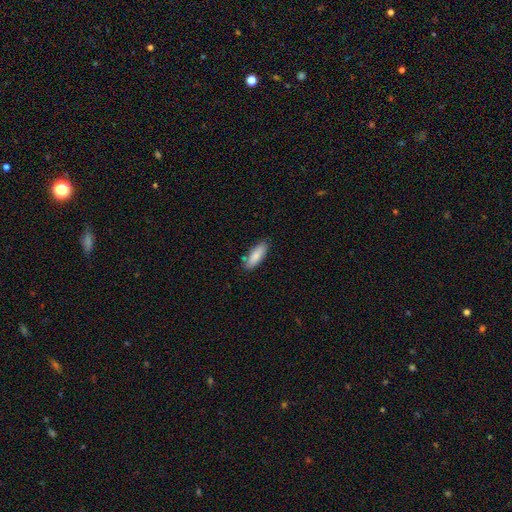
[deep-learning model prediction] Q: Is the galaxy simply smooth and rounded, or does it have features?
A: smooth — 86%.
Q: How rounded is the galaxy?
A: in between — 65%.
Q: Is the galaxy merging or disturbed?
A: none — 81%.